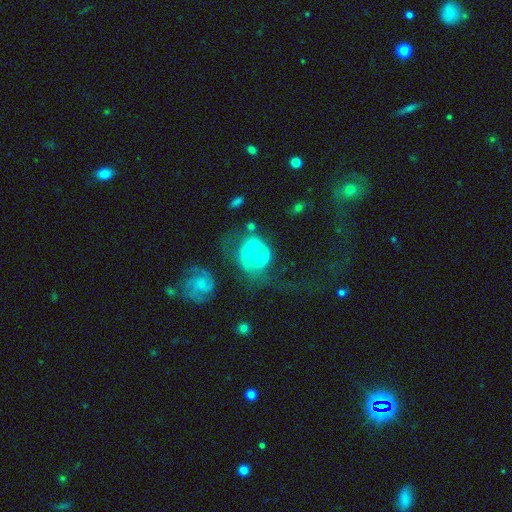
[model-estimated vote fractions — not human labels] The model was most divided on "merging": major disturbance: 32%, none: 29%, merger: 23%, minor disturbance: 17%. More confident: edge-on disk — no (97%); bar — no (74%); spiral arms — yes (58%); bulge size — small (53%); smooth or featured — featured or disk (53%).